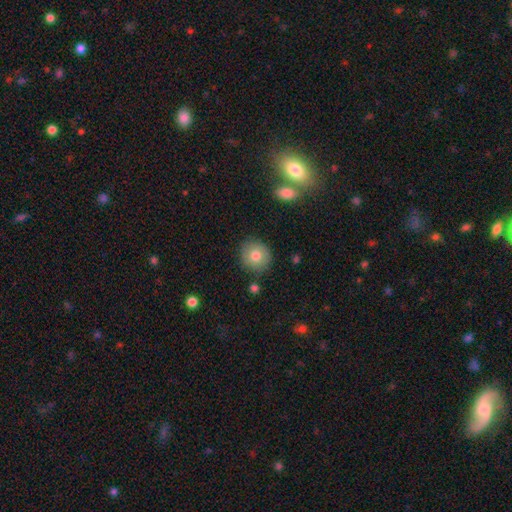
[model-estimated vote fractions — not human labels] Smooth or featured?
  - smooth: 77% *
  - featured or disk: 14%
  - star or artifact: 9%
How rounded?
  - round: 87% *
  - in between: 12%
  - cigar-shaped: 1%
Merging?
  - none: 86% *
  - minor disturbance: 9%
  - major disturbance: 2%
  - merger: 2%